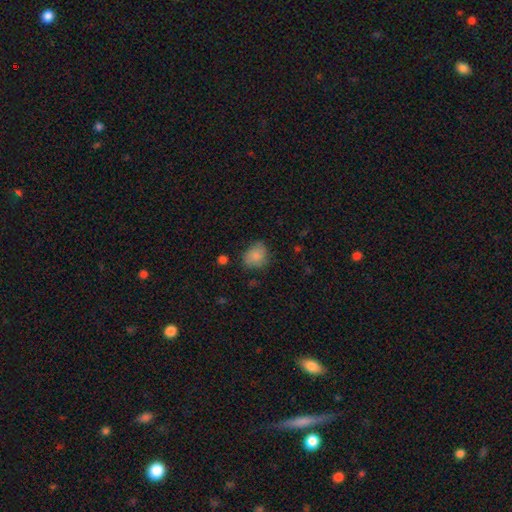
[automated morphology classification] This appears to be a smooth galaxy with no disk features (81%) that is round (55%). Merging: none (65%).